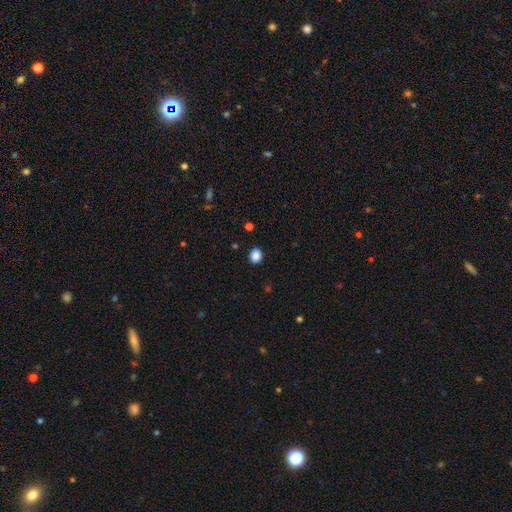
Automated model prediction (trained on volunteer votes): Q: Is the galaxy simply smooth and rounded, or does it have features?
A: smooth — 87%.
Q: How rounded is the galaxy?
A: round — 63%.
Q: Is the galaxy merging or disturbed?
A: none — 90%.